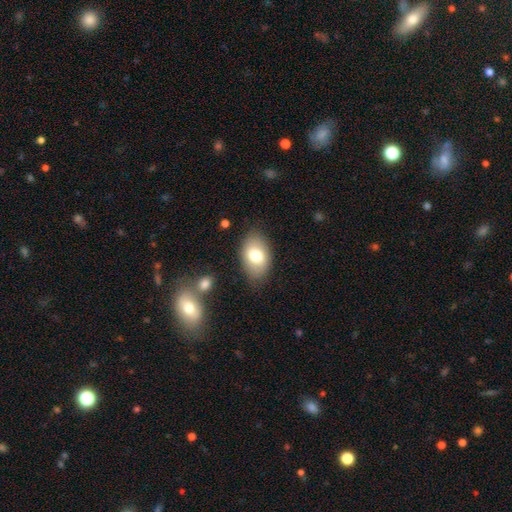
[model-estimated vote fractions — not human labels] Smooth or featured? Predicted: smooth (p=0.75). How rounded? Predicted: in between (p=0.89). Merging? Predicted: none (p=0.82).